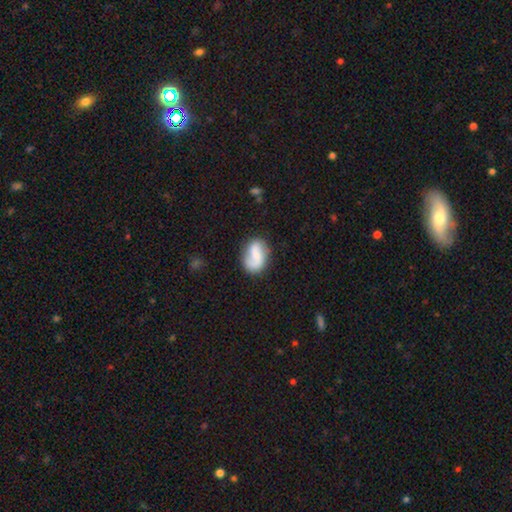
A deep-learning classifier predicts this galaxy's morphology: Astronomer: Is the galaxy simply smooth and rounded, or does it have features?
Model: smooth — 49% (runner-up: featured or disk, 43%).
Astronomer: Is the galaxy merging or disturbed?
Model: none — 65%.